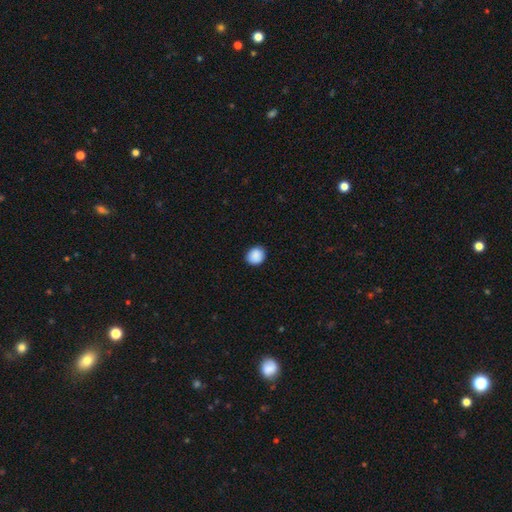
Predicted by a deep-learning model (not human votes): Smooth or featured?
  - smooth: 89% *
  - star or artifact: 8%
  - featured or disk: 3%
How rounded?
  - round: 78% *
  - in between: 21%
  - cigar-shaped: 1%
Merging?
  - none: 89% *
  - minor disturbance: 9%
  - major disturbance: 2%
  - merger: 1%